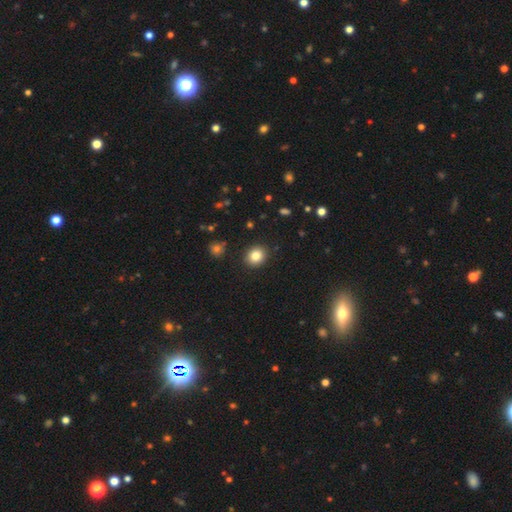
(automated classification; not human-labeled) Smooth or featured? Predicted: smooth (p=0.83). How rounded? Predicted: round (p=0.74). Merging? Predicted: none (p=0.90).